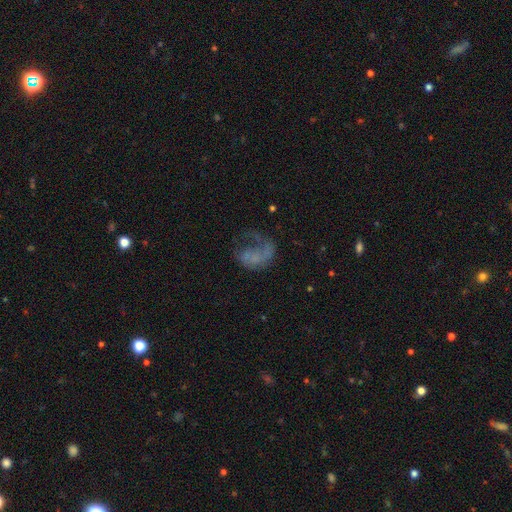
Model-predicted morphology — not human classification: Smooth or featured: featured or disk — 54% (smooth — 32%)
Edge-on disk: no — 98% (yes — 2%)
Bar: no — 87% (weak — 11%)
Spiral arms: no — 52% (yes — 48%)
Bulge size: none — 73% (small — 17%)
Merging: major disturbance — 52% (none — 28%)